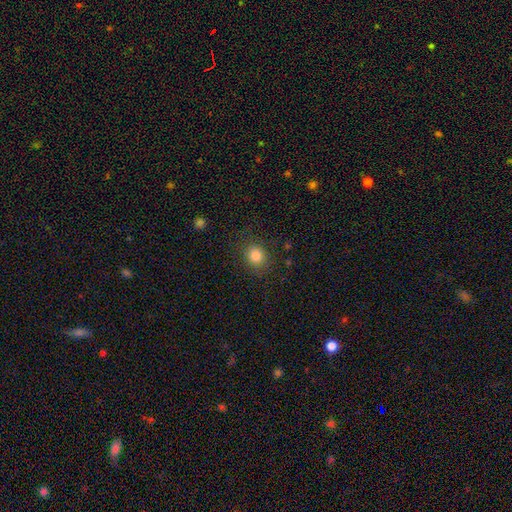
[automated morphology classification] Smooth or featured? smooth (83%)
How rounded? round (75%)
Merging? none (84%)